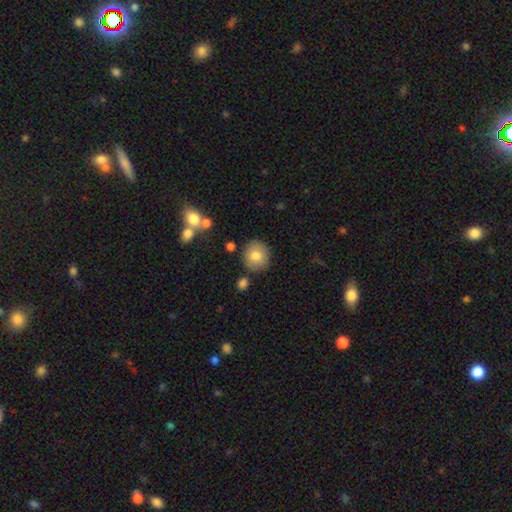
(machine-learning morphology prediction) type=smooth (80%); roundness=round (87%); merging=none (82%).